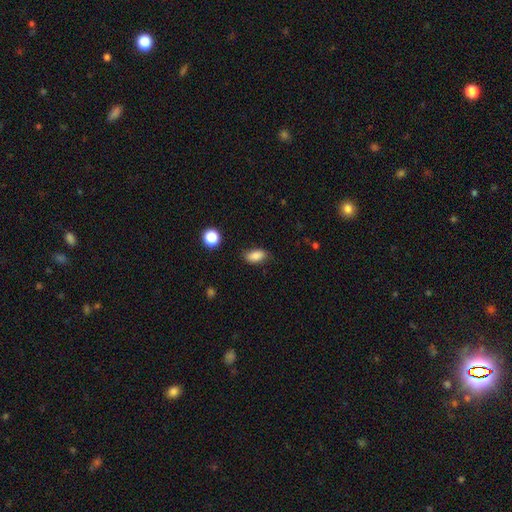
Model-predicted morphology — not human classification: Smooth or featured: smooth — 86% (star or artifact — 9%)
How rounded: in between — 88% (round — 7%)
Merging: none — 78% (minor disturbance — 16%)